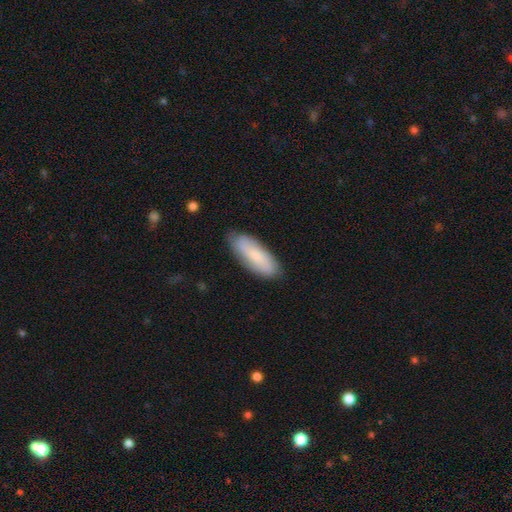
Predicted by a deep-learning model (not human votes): The model was most divided on "how rounded": in between: 65%, cigar-shaped: 33%, round: 2%. More confident: merging — none (82%); smooth or featured — smooth (68%).